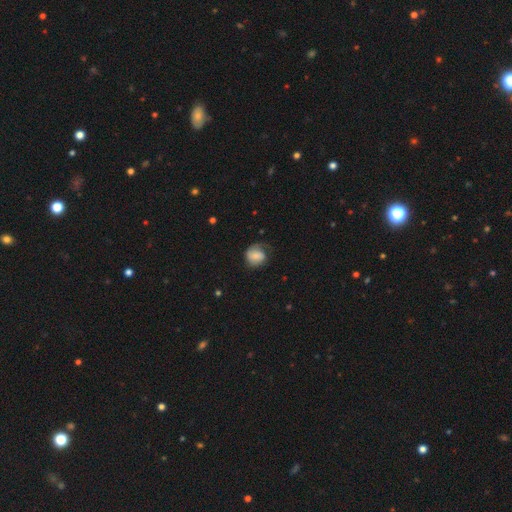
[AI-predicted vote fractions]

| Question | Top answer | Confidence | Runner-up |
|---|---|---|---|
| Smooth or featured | smooth | 63% | featured or disk (29%) |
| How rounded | round | 66% | in between (33%) |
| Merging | none | 48% | minor disturbance (29%) |